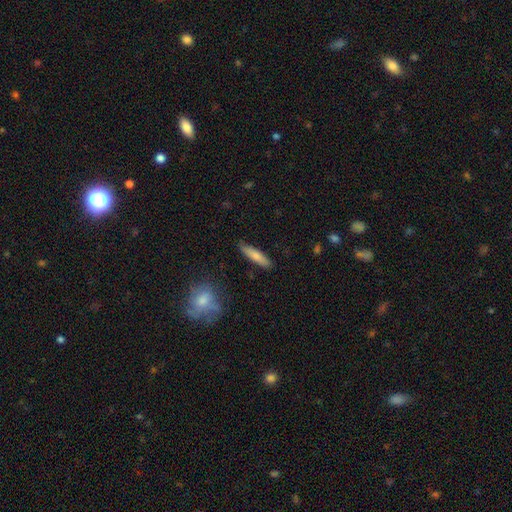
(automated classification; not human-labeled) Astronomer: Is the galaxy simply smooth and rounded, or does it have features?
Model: smooth — 75%.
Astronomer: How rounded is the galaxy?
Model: cigar-shaped — 79%.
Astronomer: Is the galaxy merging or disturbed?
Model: none — 86%.